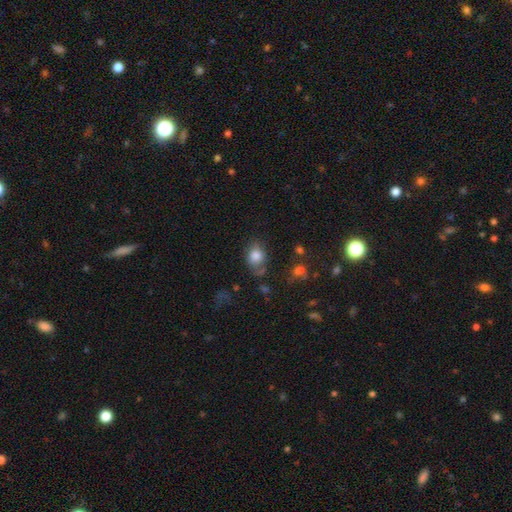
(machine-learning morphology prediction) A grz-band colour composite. It shows a smooth galaxy with no disk features (80%) that is in between round and cigar-shaped (62%). Merging: none (58%).